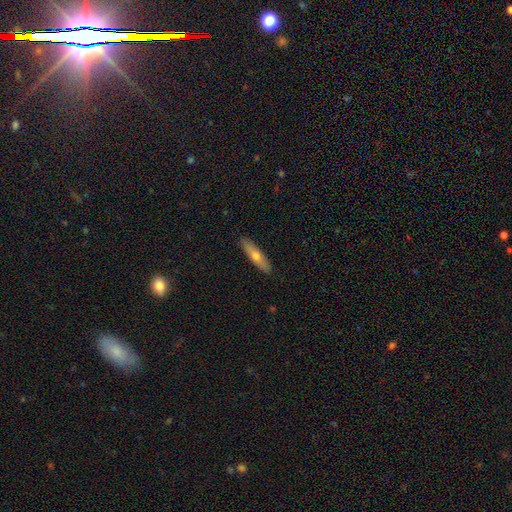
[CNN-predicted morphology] Smooth or featured? Predicted: smooth (p=0.56). How rounded? Predicted: cigar-shaped (p=0.78). Merging? Predicted: none (p=0.90).